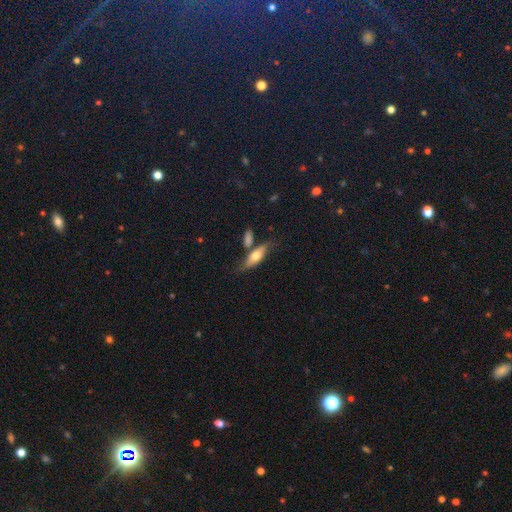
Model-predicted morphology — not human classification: Q: Smooth or featured?
A: smooth (51%); runner-up: featured or disk (43%)
Q: How rounded?
A: in between (53%); runner-up: cigar-shaped (43%)
Q: Merging?
A: none (60%); runner-up: minor disturbance (19%)